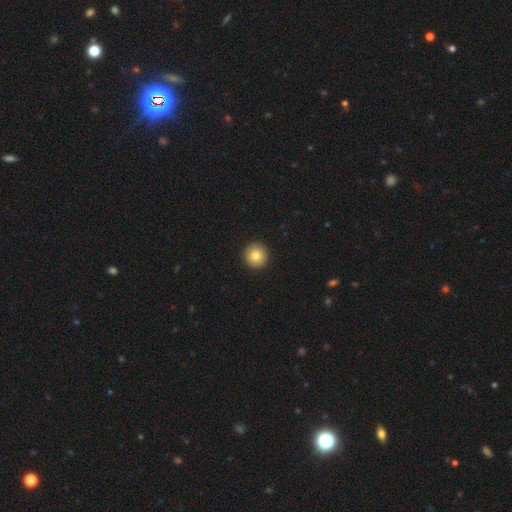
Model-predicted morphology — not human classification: Smooth or featured? Predicted: smooth (p=0.82). How rounded? Predicted: round (p=0.95). Merging? Predicted: none (p=0.93).